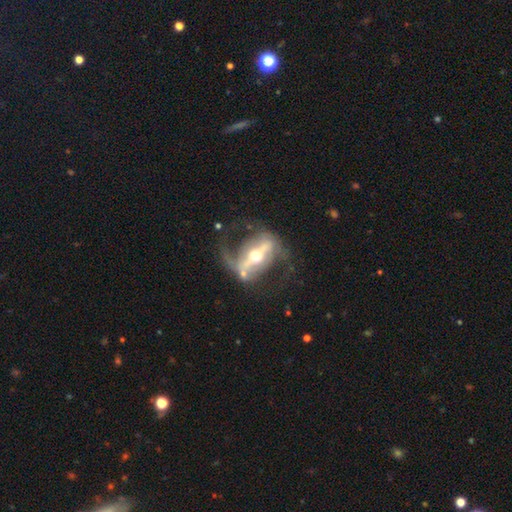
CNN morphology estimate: This appears to be a featured or disk galaxy (85%) with a strong bar (71%), 2 (81%) loose (53%) spiral arms (72%) and a moderate central bulge (67%). Merging: none (51%).